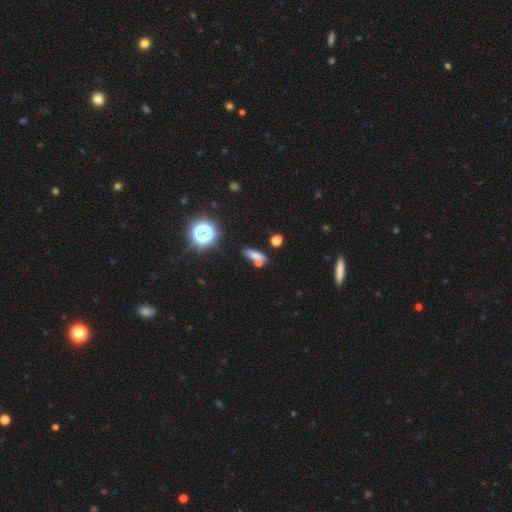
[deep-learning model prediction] Smooth or featured?
  - smooth: 64% *
  - star or artifact: 20%
  - featured or disk: 16%
How rounded?
  - in between: 46% *
  - cigar-shaped: 40%
  - round: 13%
Merging?
  - none: 60% *
  - merger: 22%
  - minor disturbance: 13%
  - major disturbance: 5%